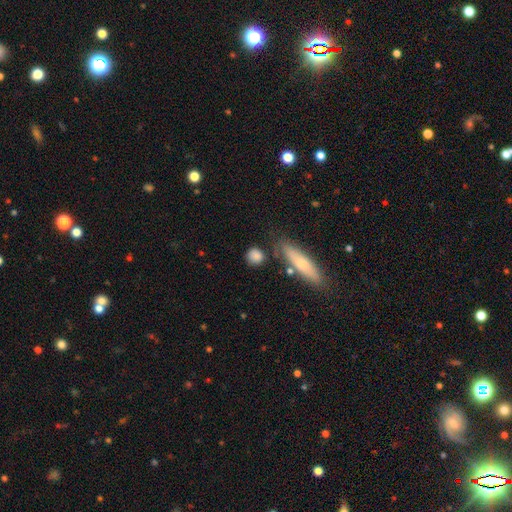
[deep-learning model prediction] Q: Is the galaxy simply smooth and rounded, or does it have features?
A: smooth — 83%.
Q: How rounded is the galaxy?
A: round — 73%.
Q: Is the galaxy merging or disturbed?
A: none — 74%.